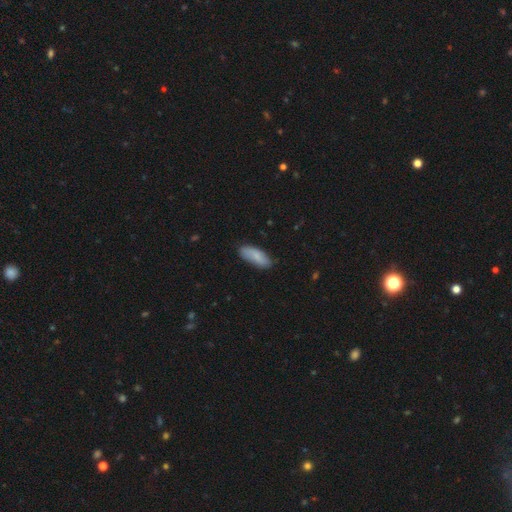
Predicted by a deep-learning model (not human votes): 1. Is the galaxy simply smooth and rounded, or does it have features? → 80% smooth, 13% featured or disk, 6% star or artifact.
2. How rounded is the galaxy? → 77% in between, 22% cigar-shaped, 2% round.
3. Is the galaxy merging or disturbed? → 76% none, 19% minor disturbance, 3% major disturbance, 2% merger.